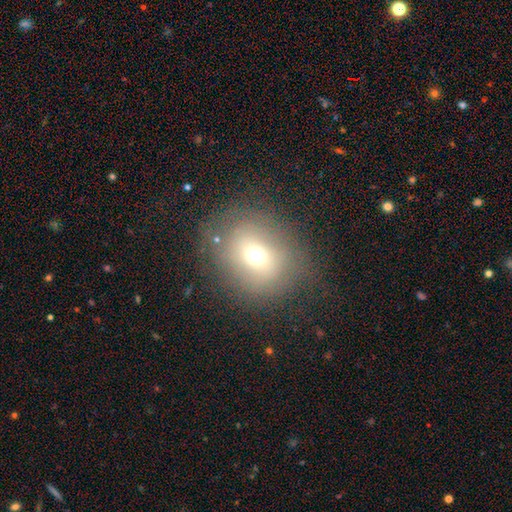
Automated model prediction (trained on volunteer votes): Morphology: type=smooth (63%); roundness=round (73%); merging=none (71%).